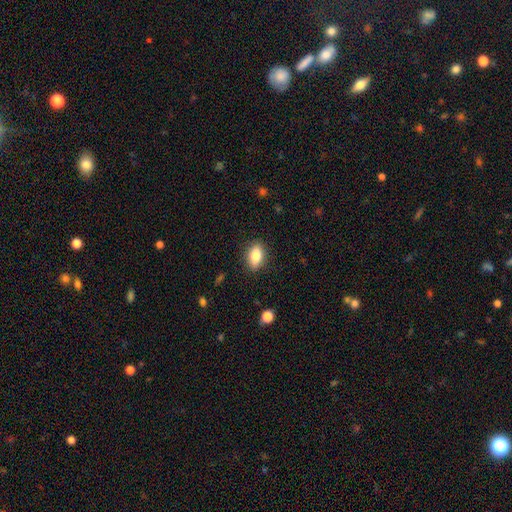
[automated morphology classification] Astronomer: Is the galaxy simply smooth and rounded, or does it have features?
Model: smooth — 83%.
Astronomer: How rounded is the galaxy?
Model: in between — 85%.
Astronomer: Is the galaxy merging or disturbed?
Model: none — 87%.